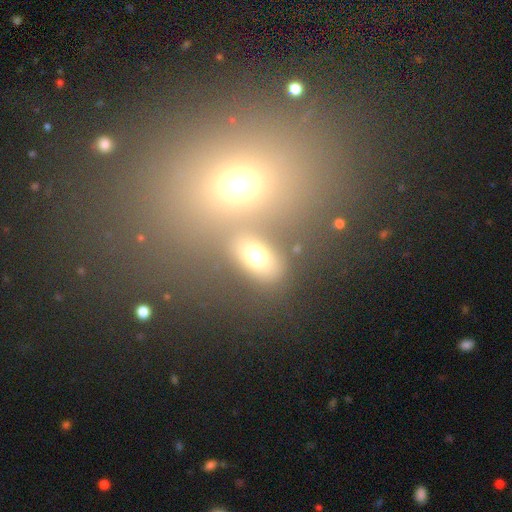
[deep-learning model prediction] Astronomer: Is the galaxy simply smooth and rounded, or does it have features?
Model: smooth — 67%.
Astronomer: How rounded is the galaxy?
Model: in between — 73%.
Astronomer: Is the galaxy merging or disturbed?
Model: none — 58%.